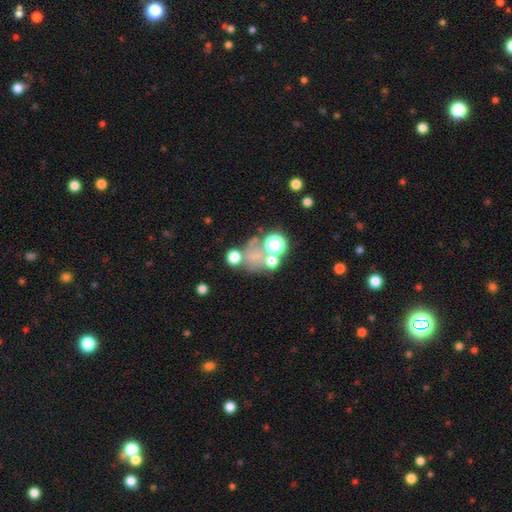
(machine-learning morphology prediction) The model was most divided on "merging": none: 39%, merger: 31%, major disturbance: 17%, minor disturbance: 13%. Remaining: smooth or featured — smooth (49%).